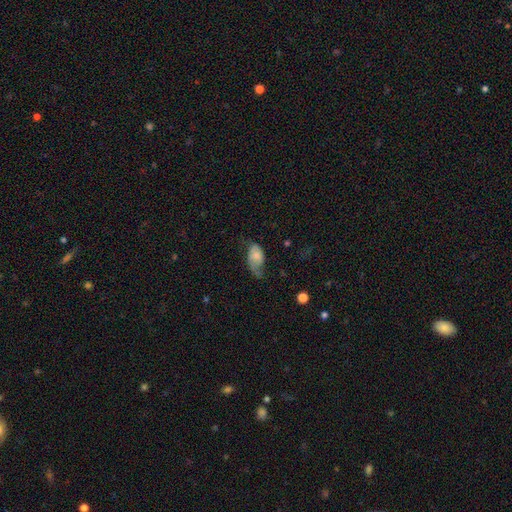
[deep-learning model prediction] A smooth galaxy with no disk features (62%) that is in between round and cigar-shaped (92%). Merging: minor disturbance (37%).